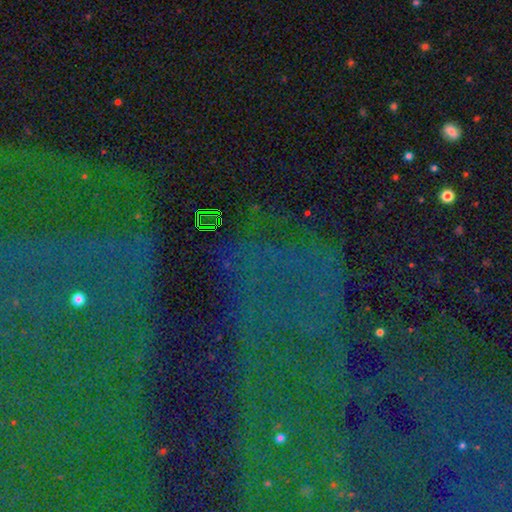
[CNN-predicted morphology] type=star or artifact (83%).